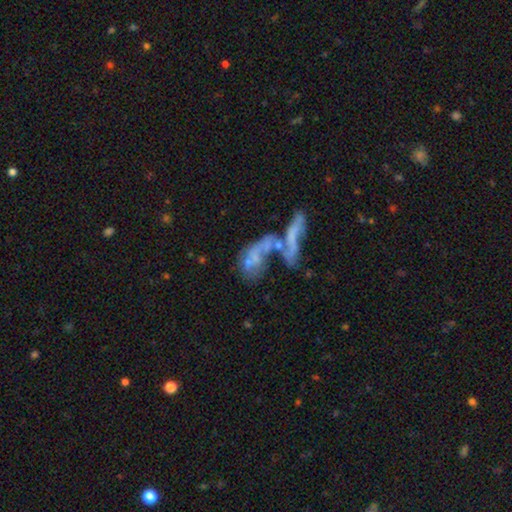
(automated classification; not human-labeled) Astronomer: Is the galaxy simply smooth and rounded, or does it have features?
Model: featured or disk — 47% (runner-up: smooth, 40%).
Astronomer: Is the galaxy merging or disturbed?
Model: merger — 63%.